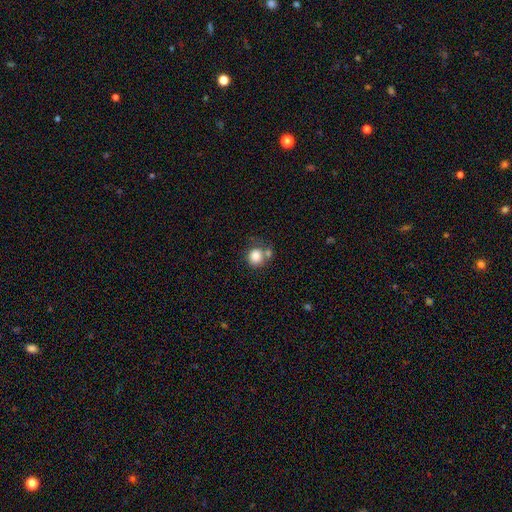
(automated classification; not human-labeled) A smooth galaxy with no disk features (83%) that is round (82%). Merging: none (51%).